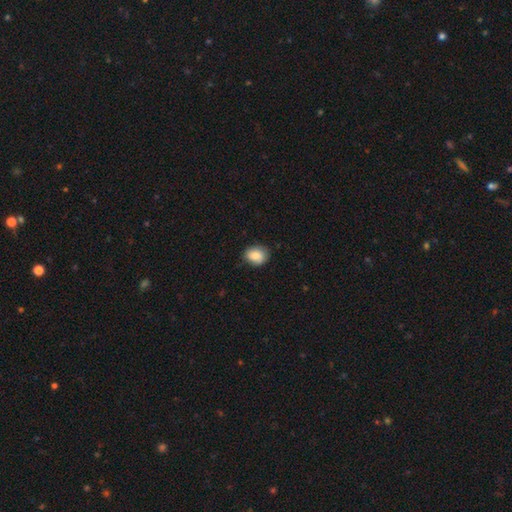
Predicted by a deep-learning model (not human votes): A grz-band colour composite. It shows a smooth galaxy with no disk features (84%) that is in between round and cigar-shaped (54%). Merging: none (77%).